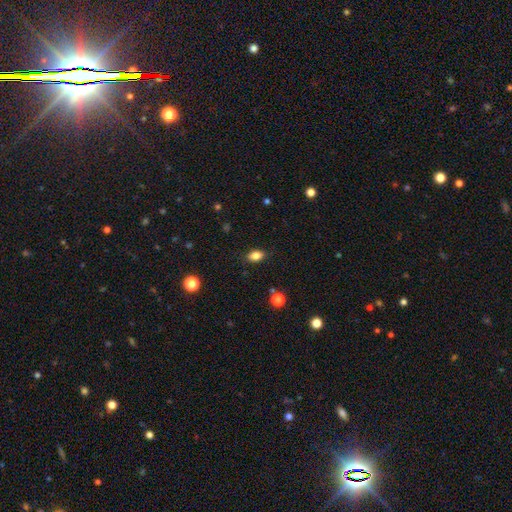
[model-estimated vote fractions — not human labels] Smooth or featured? smooth (83%)
How rounded? in between (84%)
Merging? none (87%)